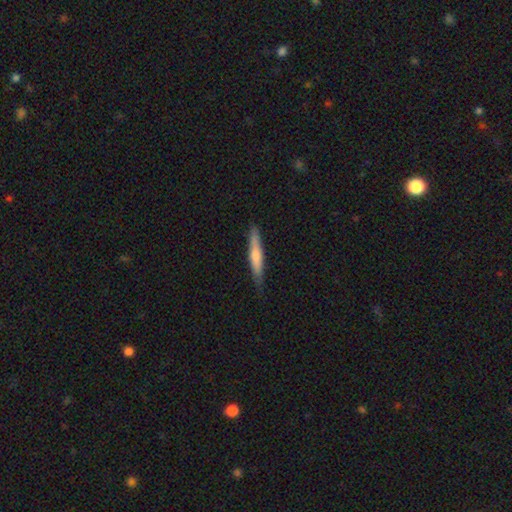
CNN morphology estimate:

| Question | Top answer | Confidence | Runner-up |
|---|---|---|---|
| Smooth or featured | smooth | 54% | featured or disk (41%) |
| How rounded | cigar-shaped | 94% | in between (5%) |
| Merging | none | 87% | minor disturbance (10%) |